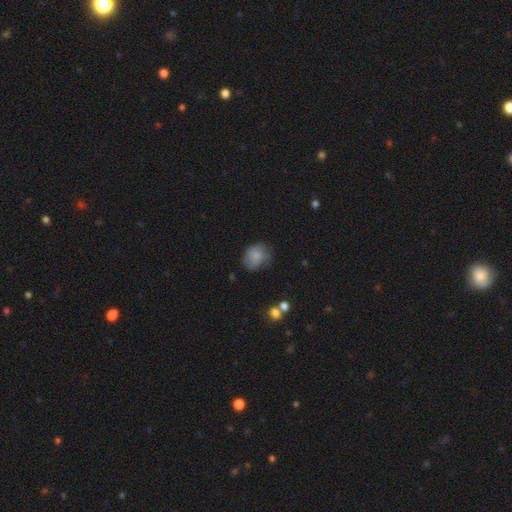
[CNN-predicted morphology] smooth_or_featured: smooth (p=0.80) [alt: featured or disk p=0.11]
how_rounded: round (p=0.57) [alt: in between p=0.42]
merging: none (p=0.58) [alt: minor disturbance p=0.30]